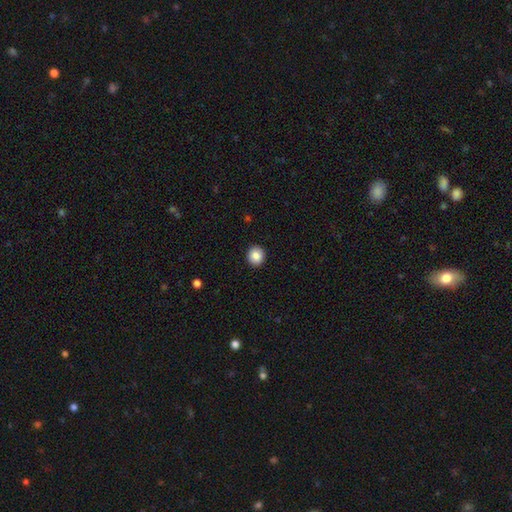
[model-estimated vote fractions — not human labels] smooth_or_featured: smooth (p=0.86) [alt: star or artifact p=0.09]
how_rounded: round (p=0.87) [alt: in between p=0.12]
merging: none (p=0.93) [alt: minor disturbance p=0.05]